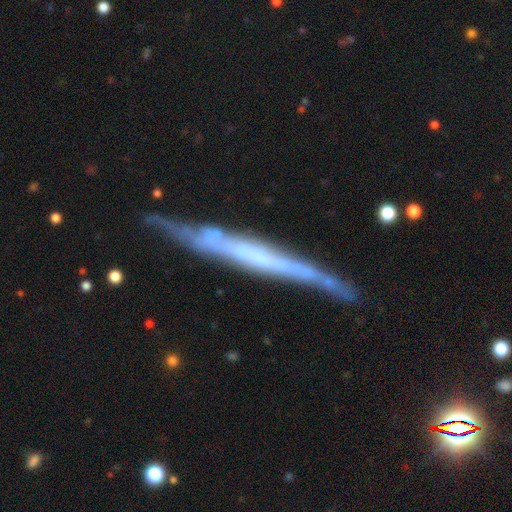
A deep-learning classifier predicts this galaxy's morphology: This is likely a featured or disk galaxy (74%). It is clearly viewed edge-on (89%). Edge-on bulge: likely none (78%). Merging: likely none (77%).